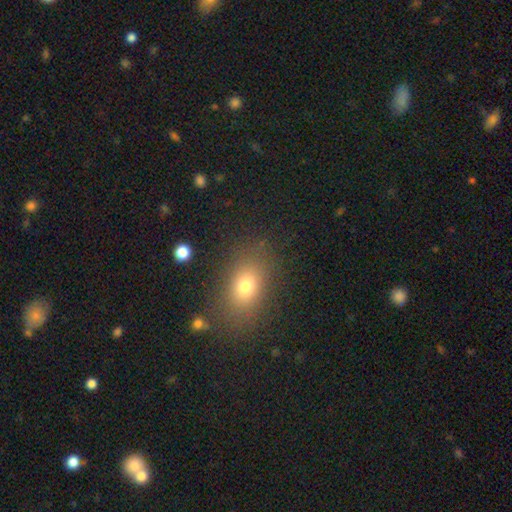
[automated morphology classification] Smooth or featured? smooth (69%)
How rounded? in between (76%)
Merging? none (86%)